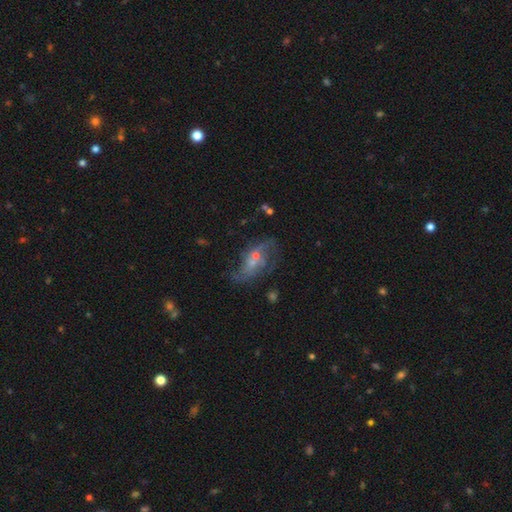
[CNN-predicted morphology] smooth-or-featured: featured or disk: 67% | smooth: 21% | star or artifact: 12%
  disk-edge-on: no: 94% | yes: 6%
    bar: no: 67% | weak: 26% | strong: 7%
    has-spiral-arms: yes: 72% | no: 28%
    bulge-size: small: 63% | moderate: 27% | none: 7% | large: 2% | dominant: 1%
  merging: none: 40% | major disturbance: 24% | minor disturbance: 19% | merger: 17%